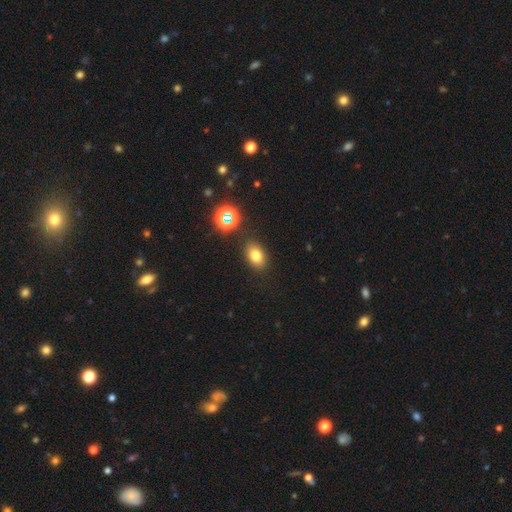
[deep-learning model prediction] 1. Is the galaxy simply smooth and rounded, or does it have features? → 76% smooth, 15% star or artifact, 9% featured or disk.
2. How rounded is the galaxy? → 79% in between, 20% round, 1% cigar-shaped.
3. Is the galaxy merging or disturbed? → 85% none, 9% minor disturbance, 3% merger, 3% major disturbance.